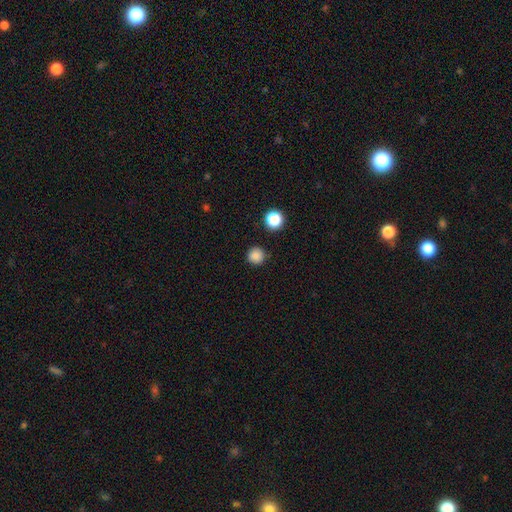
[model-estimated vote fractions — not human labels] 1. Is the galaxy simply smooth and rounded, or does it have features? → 85% smooth, 12% star or artifact, 3% featured or disk.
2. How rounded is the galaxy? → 95% round, 4% in between, 1% cigar-shaped.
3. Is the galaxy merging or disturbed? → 89% none, 7% minor disturbance, 2% major disturbance, 2% merger.